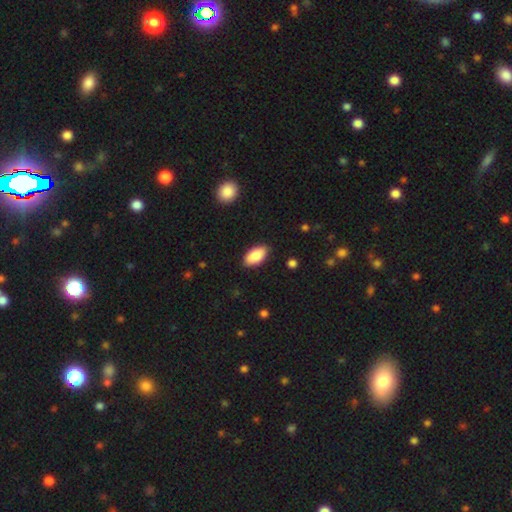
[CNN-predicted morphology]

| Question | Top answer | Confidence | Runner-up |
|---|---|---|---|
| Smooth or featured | smooth | 86% | featured or disk (8%) |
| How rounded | in between | 93% | cigar-shaped (5%) |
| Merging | none | 87% | minor disturbance (10%) |